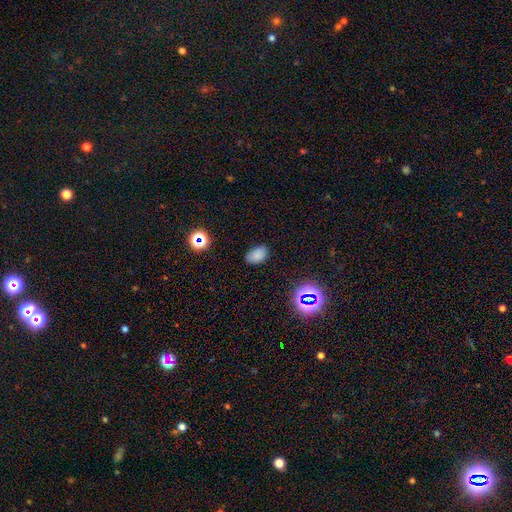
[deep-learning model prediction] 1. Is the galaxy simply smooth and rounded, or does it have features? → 78% smooth, 17% star or artifact, 6% featured or disk.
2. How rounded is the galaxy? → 88% in between, 10% round, 1% cigar-shaped.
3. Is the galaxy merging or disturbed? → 79% none, 16% minor disturbance, 4% major disturbance, 2% merger.